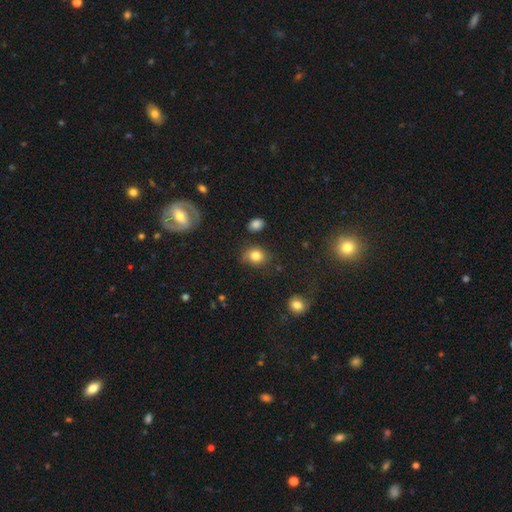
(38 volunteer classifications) A smooth galaxy with no disk features (76%) that is in between round and cigar-shaped (59%). Merging: none (64%).